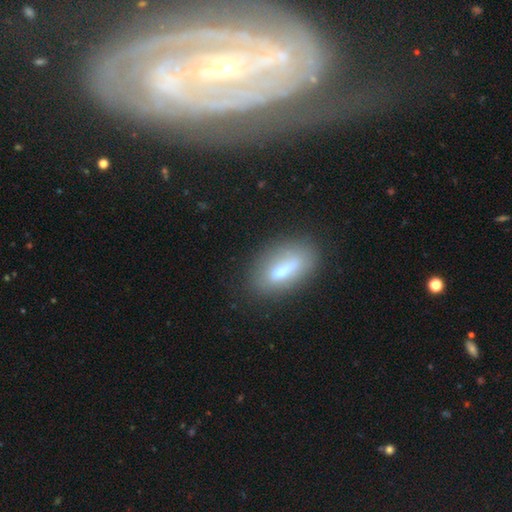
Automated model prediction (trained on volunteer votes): This appears to be a featured or disk galaxy (55%) with a weak bar (35%), spiral arms (82%) and a small central bulge (59%). Merging: none (69%).